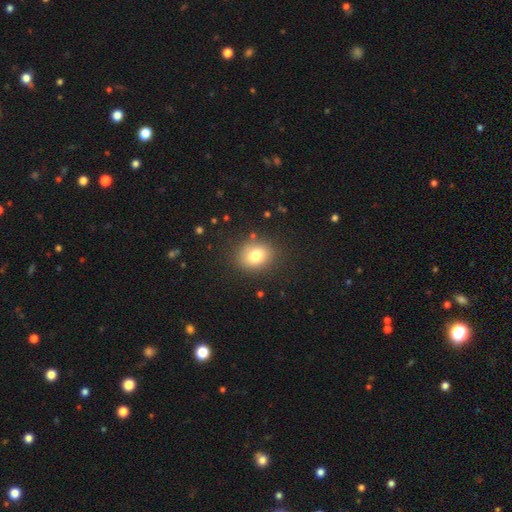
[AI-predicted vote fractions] smooth 78%, star or artifact 11%, featured or disk 10%. Down the decision tree: how rounded — round (59%); merging — none (85%).